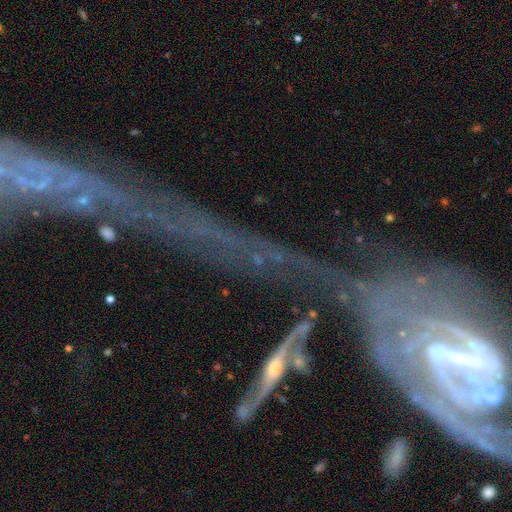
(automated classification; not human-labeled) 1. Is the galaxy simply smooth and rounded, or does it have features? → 68% featured or disk, 18% star or artifact, 14% smooth.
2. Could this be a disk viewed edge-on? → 60% no, 40% yes.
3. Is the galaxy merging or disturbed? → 31% none, 27% merger, 26% major disturbance, 16% minor disturbance.